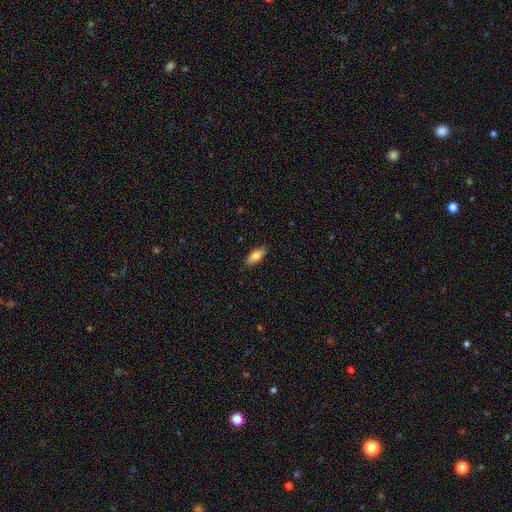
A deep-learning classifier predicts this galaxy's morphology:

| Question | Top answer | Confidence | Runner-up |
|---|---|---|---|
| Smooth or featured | smooth | 84% | featured or disk (10%) |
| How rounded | in between | 83% | cigar-shaped (15%) |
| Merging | none | 85% | minor disturbance (12%) |